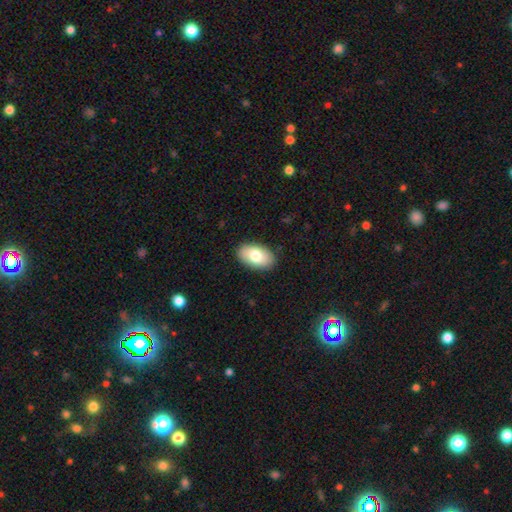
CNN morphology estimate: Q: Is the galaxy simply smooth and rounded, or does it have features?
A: smooth — 79%.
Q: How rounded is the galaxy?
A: in between — 94%.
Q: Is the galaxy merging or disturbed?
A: none — 88%.